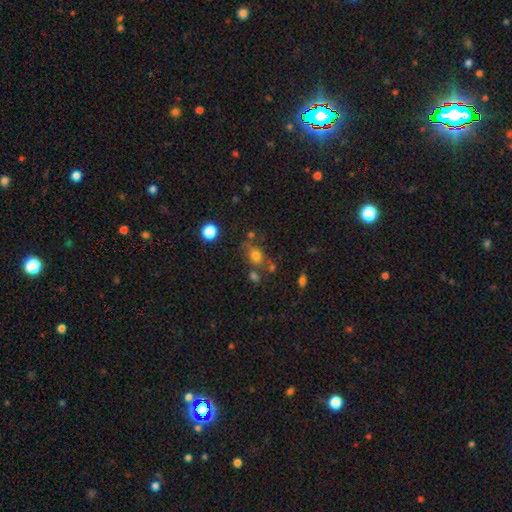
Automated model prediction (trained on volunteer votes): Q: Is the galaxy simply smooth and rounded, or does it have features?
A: smooth — 71%.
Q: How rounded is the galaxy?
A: round — 51%.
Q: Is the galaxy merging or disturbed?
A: none — 57%.